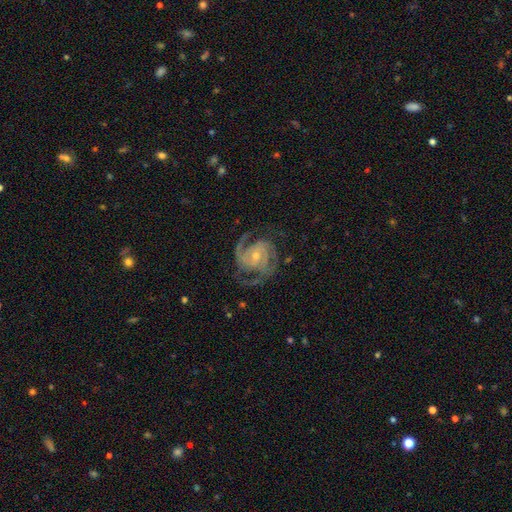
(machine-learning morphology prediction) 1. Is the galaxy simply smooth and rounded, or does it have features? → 91% featured or disk, 5% star or artifact, 4% smooth.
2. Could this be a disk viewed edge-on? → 98% no, 2% yes.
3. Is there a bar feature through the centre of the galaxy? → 55% no, 33% weak, 12% strong.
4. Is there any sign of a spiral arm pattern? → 98% yes, 2% no.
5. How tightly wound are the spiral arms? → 47% medium, 44% tight, 9% loose.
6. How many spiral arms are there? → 53% 2, 25% 3, 8% can't tell, 5% 4, 4% 1, 4% more than 4.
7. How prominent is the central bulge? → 62% small, 33% moderate, 2% none, 2% large, 1% dominant.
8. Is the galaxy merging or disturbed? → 73% none, 16% minor disturbance, 10% major disturbance, 1% merger.